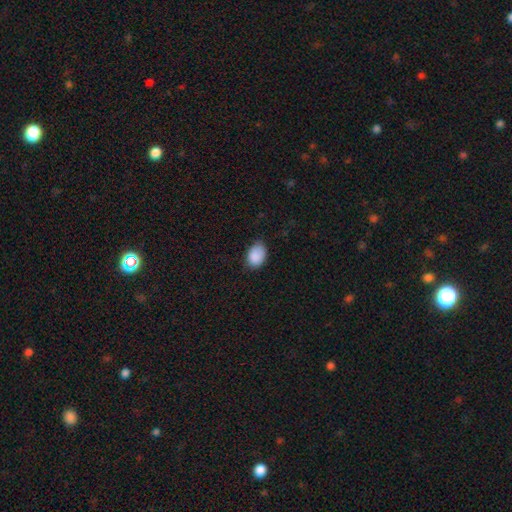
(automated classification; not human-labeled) Smooth or featured? smooth (88%)
How rounded? in between (81%)
Merging? none (70%)